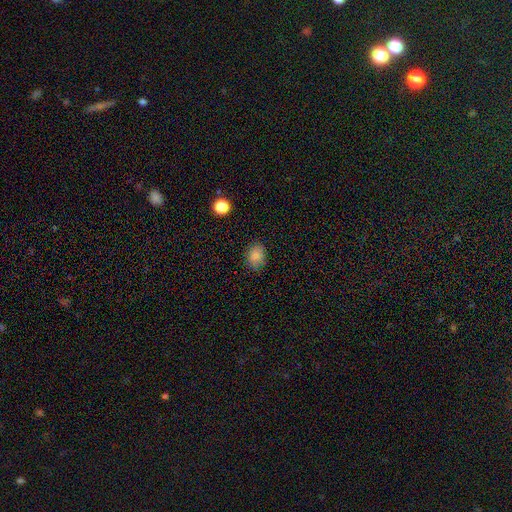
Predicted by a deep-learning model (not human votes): Q: Smooth or featured?
A: smooth (85%); runner-up: star or artifact (10%)
Q: How rounded?
A: in between (57%); runner-up: round (42%)
Q: Merging?
A: none (81%); runner-up: minor disturbance (14%)